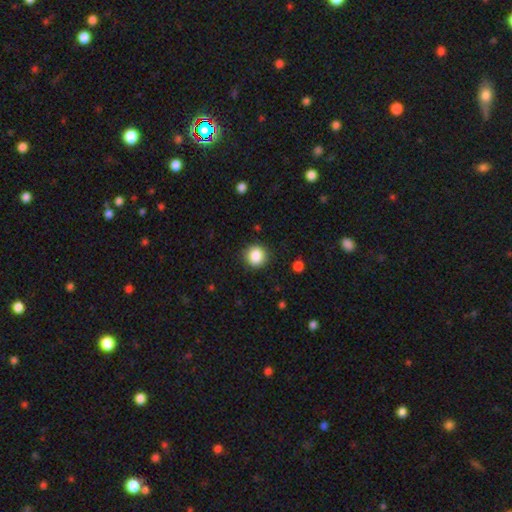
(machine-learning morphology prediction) Smooth or featured?
  - smooth: 87% *
  - star or artifact: 9%
  - featured or disk: 4%
How rounded?
  - round: 90% *
  - in between: 9%
  - cigar-shaped: 1%
Merging?
  - none: 89% *
  - minor disturbance: 8%
  - major disturbance: 2%
  - merger: 1%